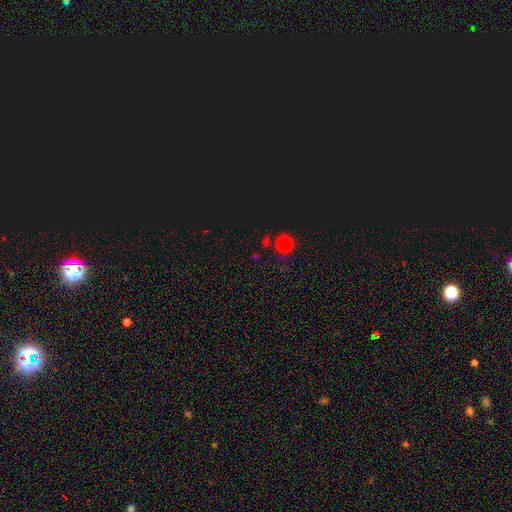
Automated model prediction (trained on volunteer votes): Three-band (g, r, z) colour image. It shows a star or artifact, not a galaxy (48%).